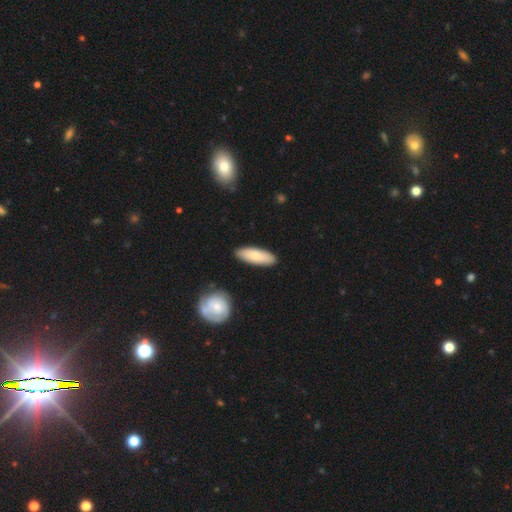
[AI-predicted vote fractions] Morphology: type=smooth (78%); roundness=in between (61%); merging=none (87%).